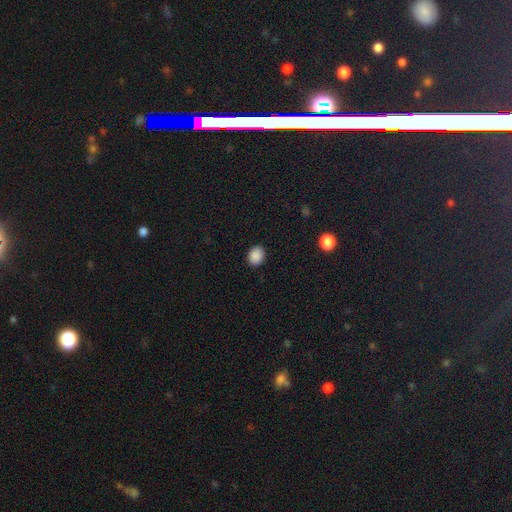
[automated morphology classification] smooth 89%, star or artifact 9%, featured or disk 3%. Down the decision tree: how rounded — in between (57%); merging — none (89%).